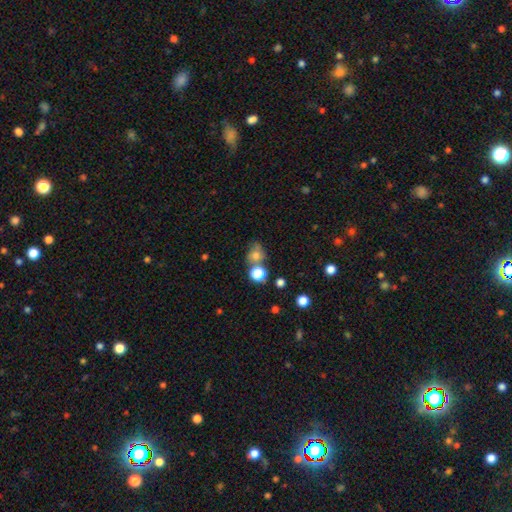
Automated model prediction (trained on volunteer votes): The model was most divided on "merging": none: 48%, merger: 23%, minor disturbance: 18%, major disturbance: 11%. More confident: smooth or featured — smooth (67%); how rounded — round (64%).